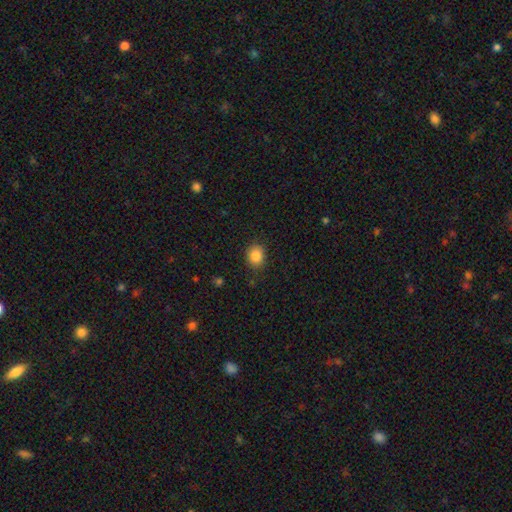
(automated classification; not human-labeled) Morphology: type=smooth (85%); roundness=round (64%); merging=none (86%).